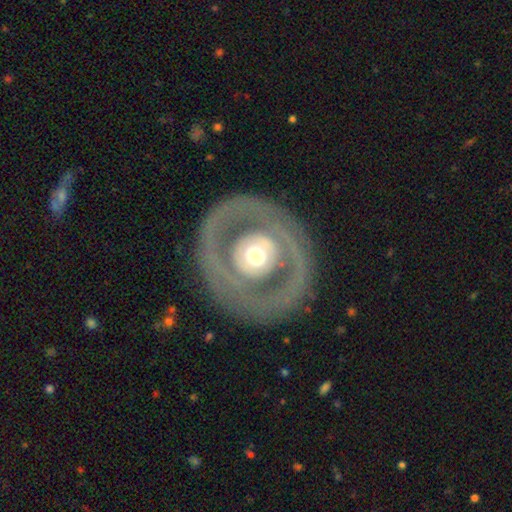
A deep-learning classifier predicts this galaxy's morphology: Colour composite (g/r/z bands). It shows a featured or disk galaxy (69%) with no bar (84%), no spiral arms (69%) and a moderate central bulge (59%). Merging: none (79%).